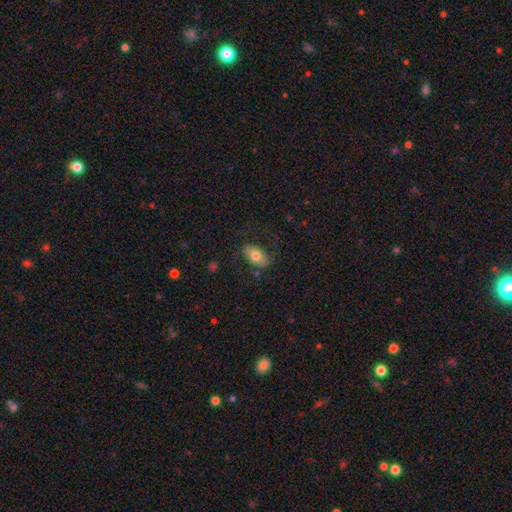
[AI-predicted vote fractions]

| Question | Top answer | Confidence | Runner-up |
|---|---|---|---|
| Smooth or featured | smooth | 69% | featured or disk (23%) |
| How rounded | in between | 90% | round (7%) |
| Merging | none | 72% | minor disturbance (18%) |